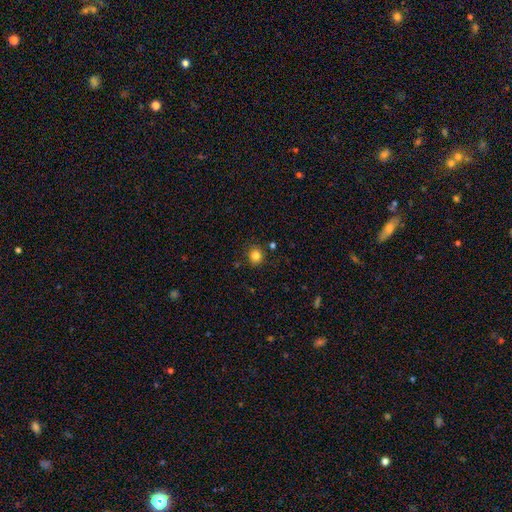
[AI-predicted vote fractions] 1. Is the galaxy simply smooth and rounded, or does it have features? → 82% smooth, 12% star or artifact, 5% featured or disk.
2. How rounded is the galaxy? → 89% round, 10% in between, 1% cigar-shaped.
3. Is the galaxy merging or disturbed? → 86% none, 8% minor disturbance, 3% merger, 2% major disturbance.